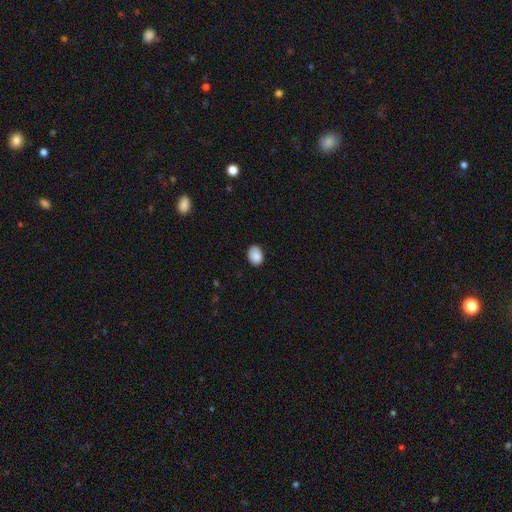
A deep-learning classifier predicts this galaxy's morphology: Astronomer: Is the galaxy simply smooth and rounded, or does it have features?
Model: smooth — 89%.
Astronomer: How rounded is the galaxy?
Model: in between — 73%.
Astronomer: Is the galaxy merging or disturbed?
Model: none — 83%.